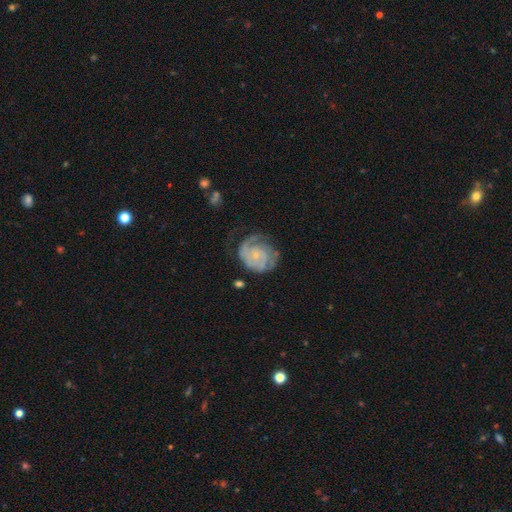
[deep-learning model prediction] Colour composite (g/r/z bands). It shows a featured or disk galaxy (82%) with no bar (75%), 2 (40%) tight (63%) spiral arms (94%) and a small central bulge (77%). Merging: none (57%).